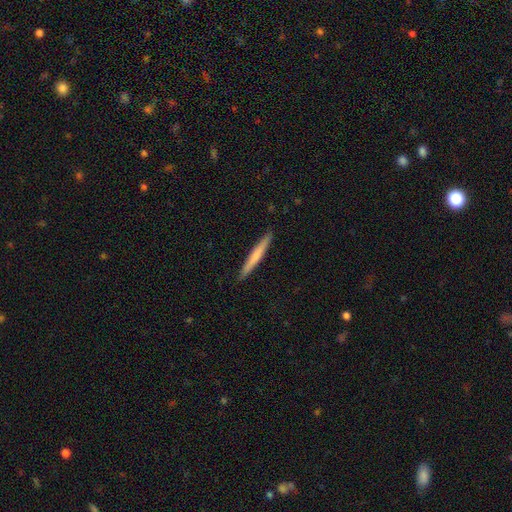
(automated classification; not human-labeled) Q: Smooth or featured?
A: smooth (60%); runner-up: featured or disk (35%)
Q: How rounded?
A: cigar-shaped (97%); runner-up: in between (2%)
Q: Merging?
A: none (92%); runner-up: minor disturbance (6%)